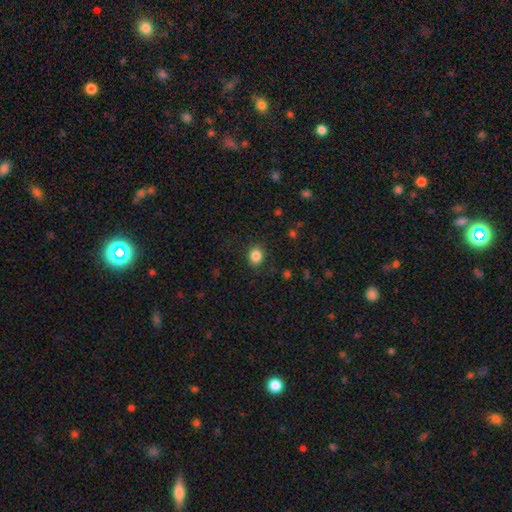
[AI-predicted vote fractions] The model was most divided on "how rounded": round: 56%, in between: 43%, cigar-shaped: 1%. More confident: merging — none (86%); smooth or featured — smooth (85%).